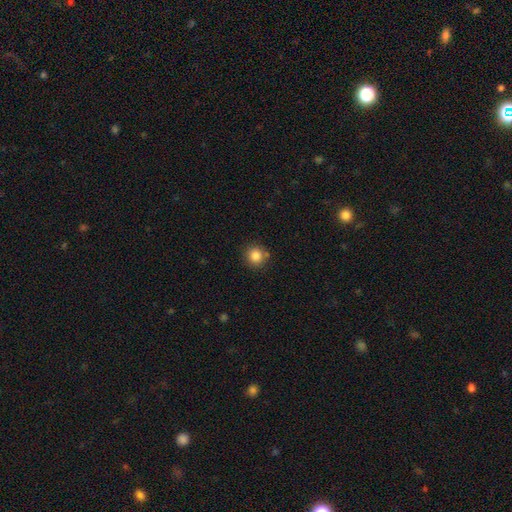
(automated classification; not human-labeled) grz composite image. It shows a smooth galaxy with no disk features (84%) that is round (92%). Merging: none (83%).